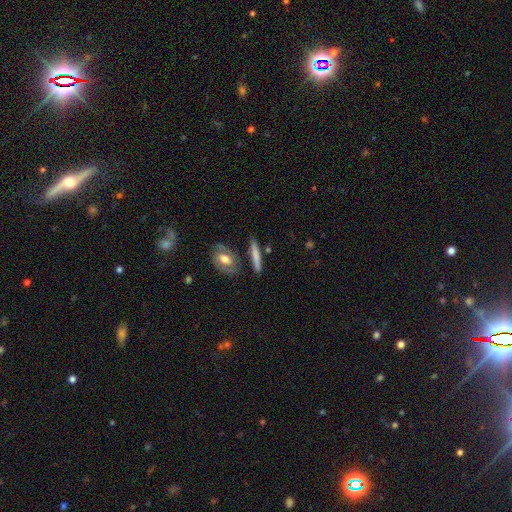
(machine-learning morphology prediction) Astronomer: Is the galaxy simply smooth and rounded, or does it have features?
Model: smooth — 67%.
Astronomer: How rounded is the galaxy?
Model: cigar-shaped — 85%.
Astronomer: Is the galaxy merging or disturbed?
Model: none — 80%.